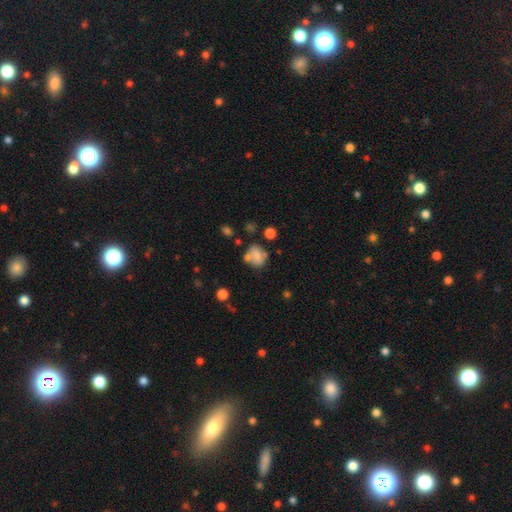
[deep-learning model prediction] Smooth or featured? smooth (67%)
How rounded? round (55%)
Merging? none (48%)